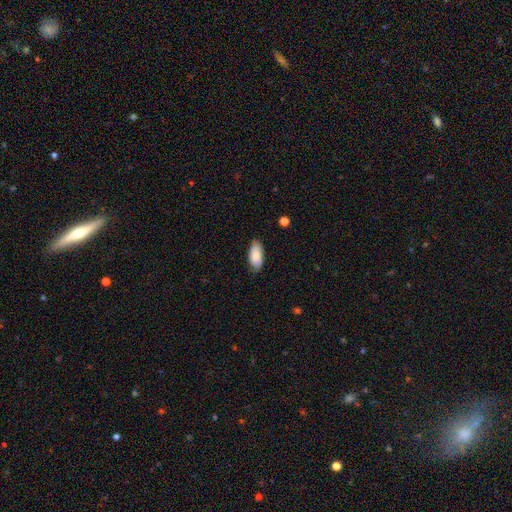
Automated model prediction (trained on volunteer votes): A smooth galaxy with no disk features (85%) that is in between round and cigar-shaped (90%). Merging: none (82%).